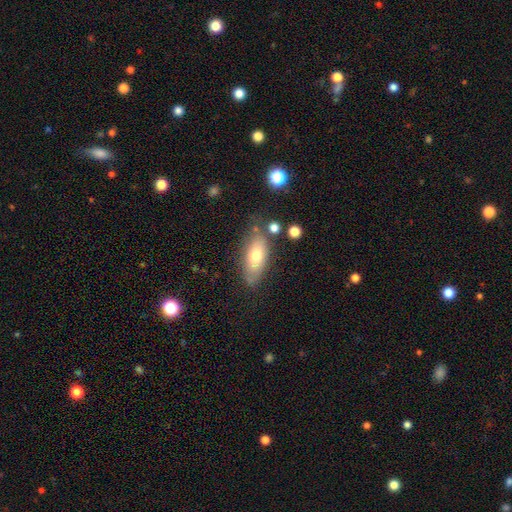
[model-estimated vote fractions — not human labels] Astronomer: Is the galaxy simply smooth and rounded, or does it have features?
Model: smooth — 68%.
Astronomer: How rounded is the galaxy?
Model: in between — 82%.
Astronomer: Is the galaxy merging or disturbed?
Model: none — 70%.